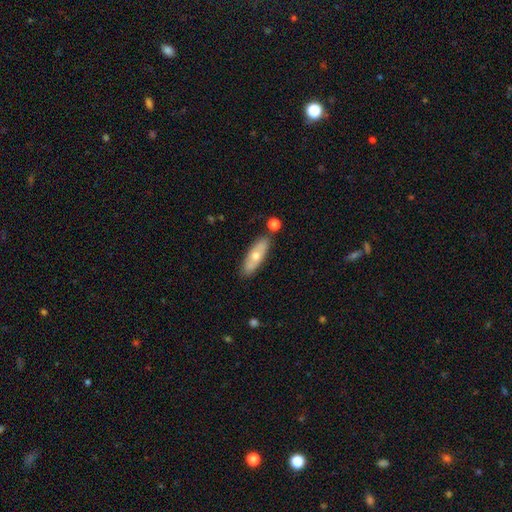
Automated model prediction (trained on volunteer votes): The model was most divided on "how rounded": in between: 51%, cigar-shaped: 46%, round: 3%. More confident: merging — none (80%); smooth or featured — smooth (52%).